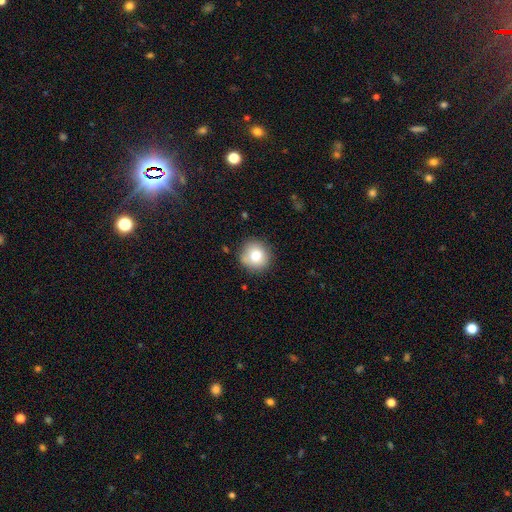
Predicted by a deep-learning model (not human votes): Smooth or featured? Predicted: smooth (p=0.79). How rounded? Predicted: round (p=0.92). Merging? Predicted: none (p=0.84).